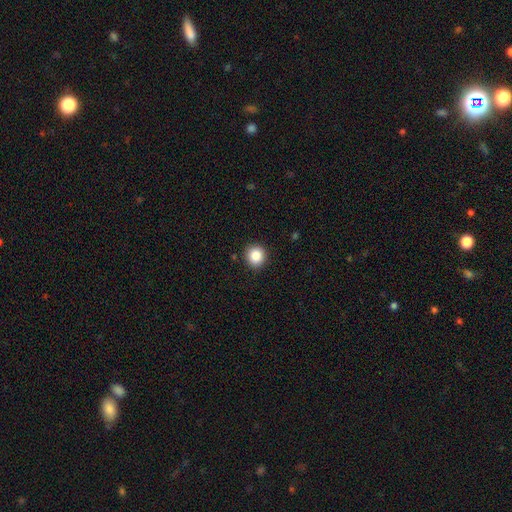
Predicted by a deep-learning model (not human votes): Smooth or featured?
  - smooth: 86% *
  - star or artifact: 10%
  - featured or disk: 4%
How rounded?
  - round: 90% *
  - in between: 9%
  - cigar-shaped: 1%
Merging?
  - none: 91% *
  - minor disturbance: 6%
  - major disturbance: 2%
  - merger: 1%